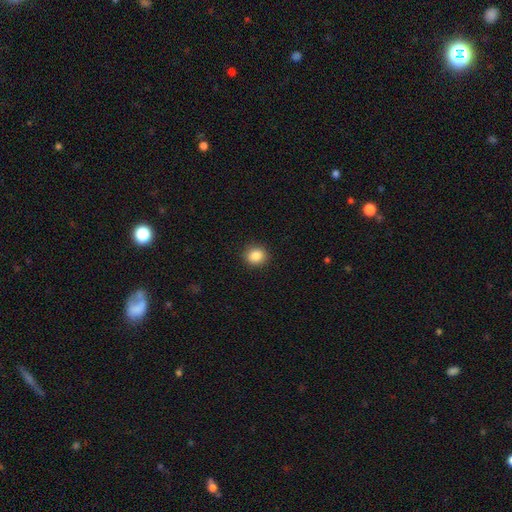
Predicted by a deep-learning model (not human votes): This appears to be a smooth galaxy with no disk features (86%) that is round (80%). Merging: none (91%).